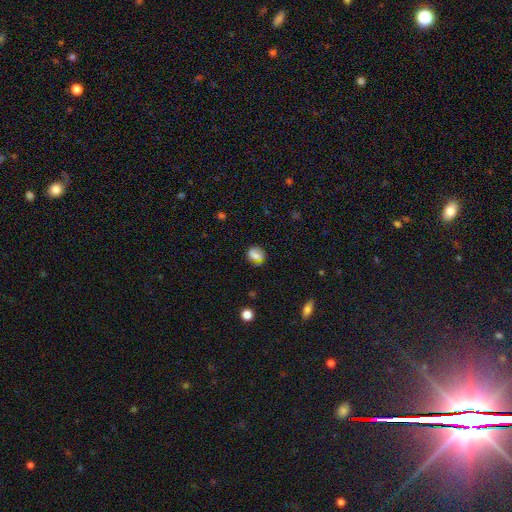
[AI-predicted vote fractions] Smooth or featured? smooth (71%)
How rounded? round (62%)
Merging? none (72%)